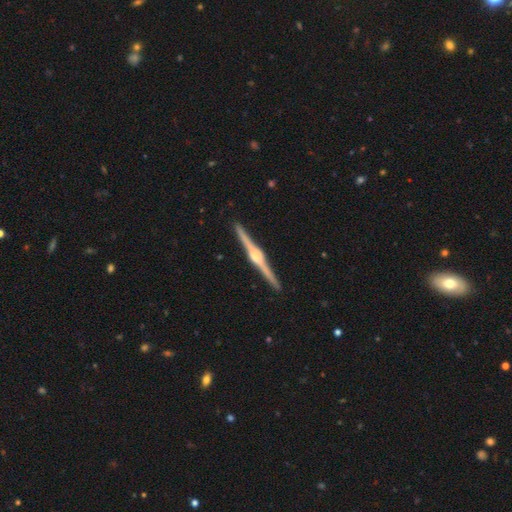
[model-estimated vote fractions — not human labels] This appears to be a featured or disk galaxy (89%) viewed edge-on (99%) with a rounded central bulge (85%). Merging: none (93%).